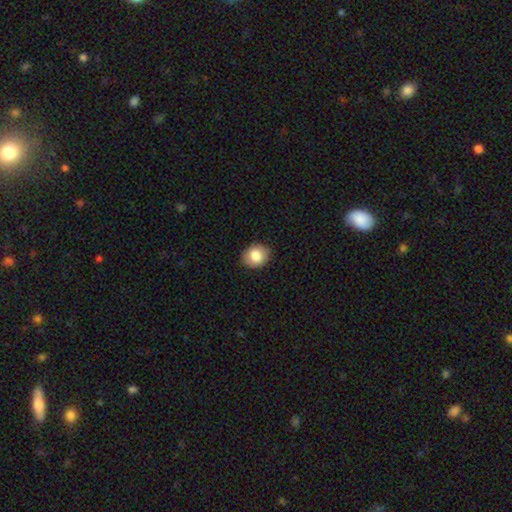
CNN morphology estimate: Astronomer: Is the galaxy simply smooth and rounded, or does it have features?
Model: smooth — 83%.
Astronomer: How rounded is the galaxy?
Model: round — 55% (runner-up: in between, 44%).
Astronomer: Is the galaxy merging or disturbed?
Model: none — 86%.